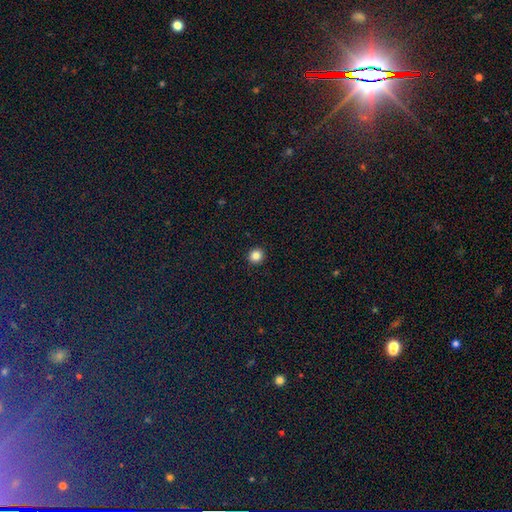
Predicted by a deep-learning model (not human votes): This appears to be a smooth galaxy with no disk features (84%) that is round (94%). Merging: none (94%).